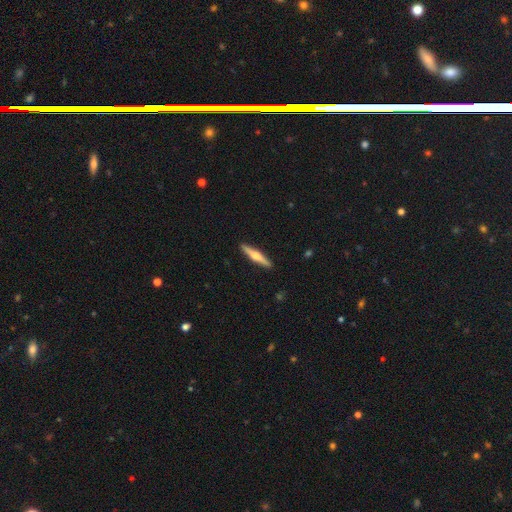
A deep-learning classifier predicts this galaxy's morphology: This is likely a featured or disk galaxy (61%). It is clearly viewed edge-on (98%). Edge-on bulge: clearly rounded (88%). Merging: clearly none (92%).